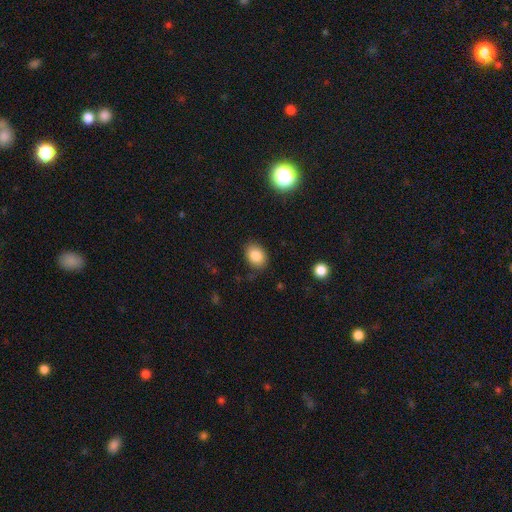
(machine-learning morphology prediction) A smooth galaxy with no disk features (84%) that is in between round and cigar-shaped (67%). Merging: none (81%).